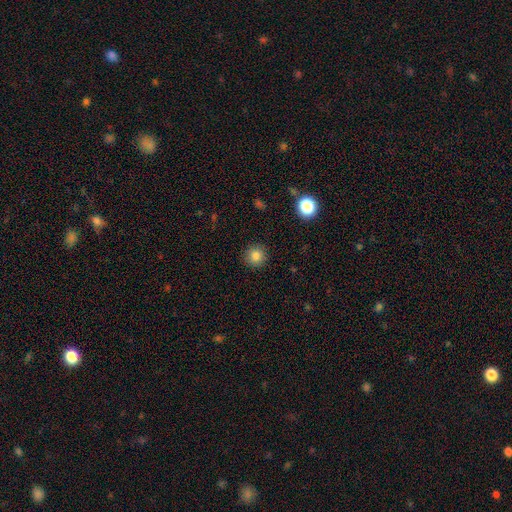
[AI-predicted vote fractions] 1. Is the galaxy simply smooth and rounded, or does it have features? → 82% smooth, 12% star or artifact, 6% featured or disk.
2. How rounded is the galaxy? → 95% round, 4% in between, 1% cigar-shaped.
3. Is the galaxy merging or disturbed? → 92% none, 5% minor disturbance, 2% major disturbance, 1% merger.